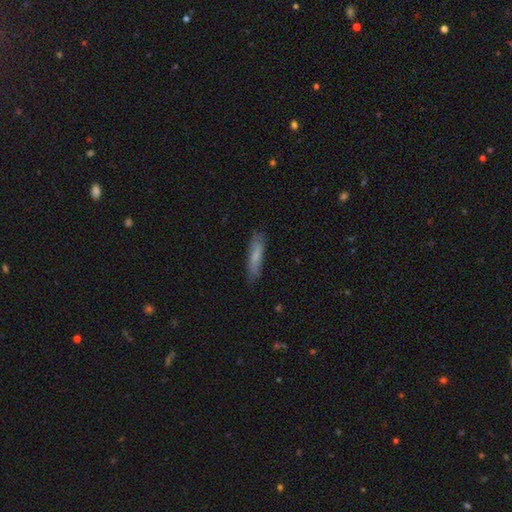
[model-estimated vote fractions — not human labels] Smooth or featured?
  - smooth: 71% *
  - featured or disk: 23%
  - star or artifact: 7%
How rounded?
  - cigar-shaped: 79% *
  - in between: 19%
  - round: 1%
Merging?
  - none: 79% *
  - minor disturbance: 16%
  - major disturbance: 4%
  - merger: 1%